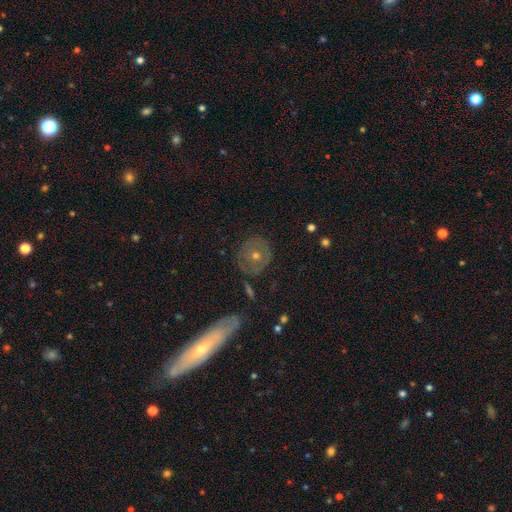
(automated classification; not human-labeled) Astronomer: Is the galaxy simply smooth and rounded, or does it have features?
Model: featured or disk — 50% (runner-up: smooth, 39%).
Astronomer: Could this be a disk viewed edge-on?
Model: no — 89%.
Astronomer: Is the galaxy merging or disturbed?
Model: none — 79%.